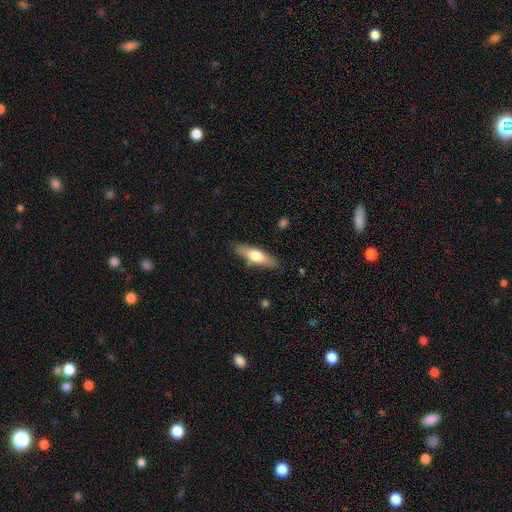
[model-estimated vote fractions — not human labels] smooth_or_featured: smooth (p=0.56) [alt: featured or disk p=0.38]
how_rounded: cigar-shaped (p=0.57) [alt: in between p=0.40]
merging: none (p=0.85) [alt: minor disturbance p=0.11]